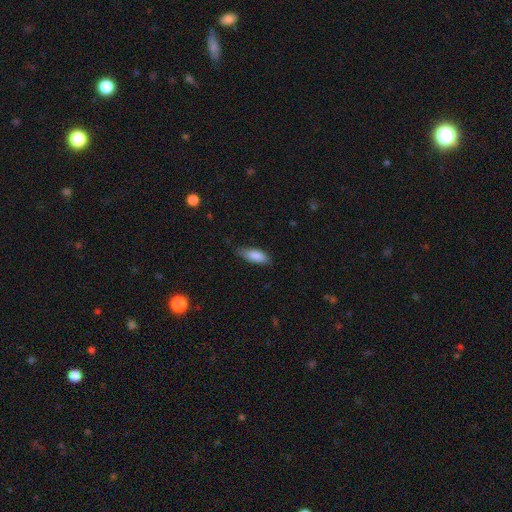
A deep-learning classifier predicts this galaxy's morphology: Q: Smooth or featured?
A: smooth (86%); runner-up: featured or disk (8%)
Q: How rounded?
A: in between (77%); runner-up: cigar-shaped (22%)
Q: Merging?
A: none (72%); runner-up: minor disturbance (23%)